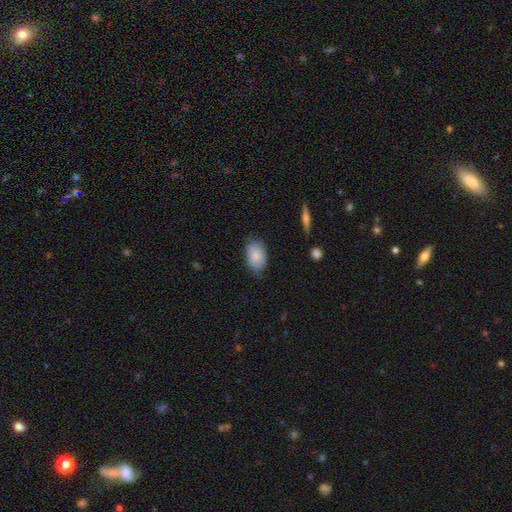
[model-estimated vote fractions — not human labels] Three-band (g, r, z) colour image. It shows a smooth galaxy with no disk features (83%) that is in between round and cigar-shaped (88%). Merging: none (68%).